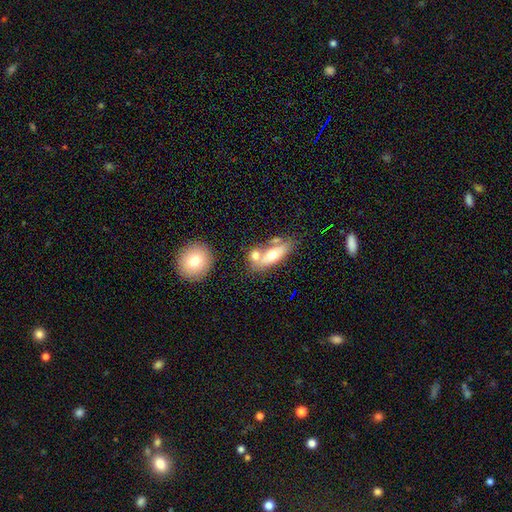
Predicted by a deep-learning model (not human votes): A smooth galaxy with no disk features (64%) that is in between round and cigar-shaped (59%). Merging: none (42%).